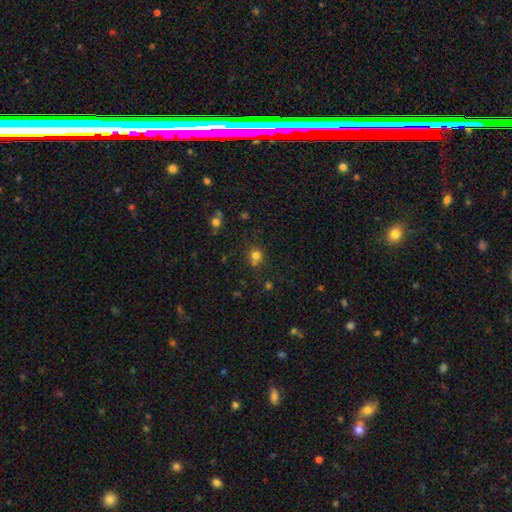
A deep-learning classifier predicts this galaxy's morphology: Overall: smooth (76%). How rounded: round (84%). Merging: none (62%).